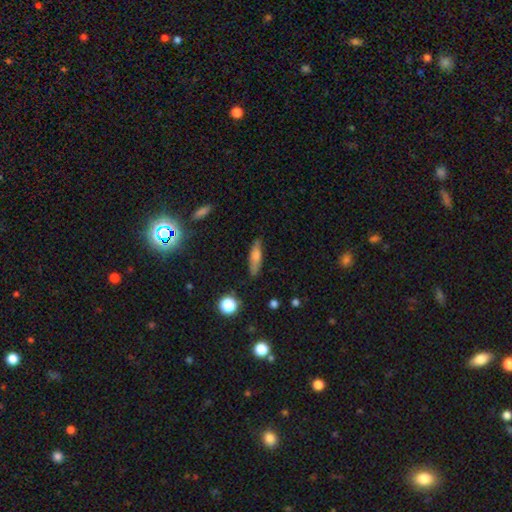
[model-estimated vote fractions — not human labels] Morphology: type=smooth (66%); roundness=cigar-shaped (62%); merging=none (78%).